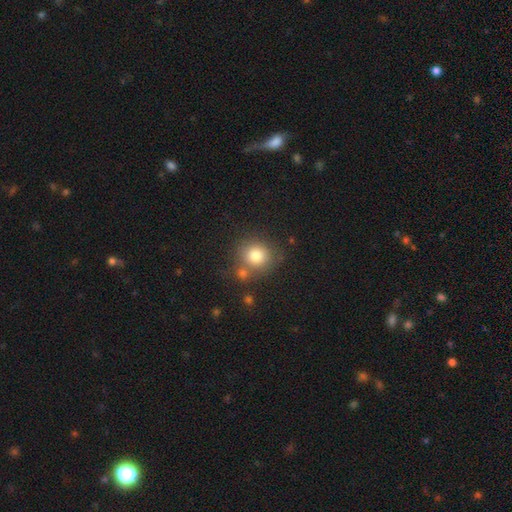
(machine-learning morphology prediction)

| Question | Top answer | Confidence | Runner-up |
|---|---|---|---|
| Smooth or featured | smooth | 81% | star or artifact (10%) |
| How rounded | round | 86% | in between (13%) |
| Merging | none | 66% | merger (17%) |